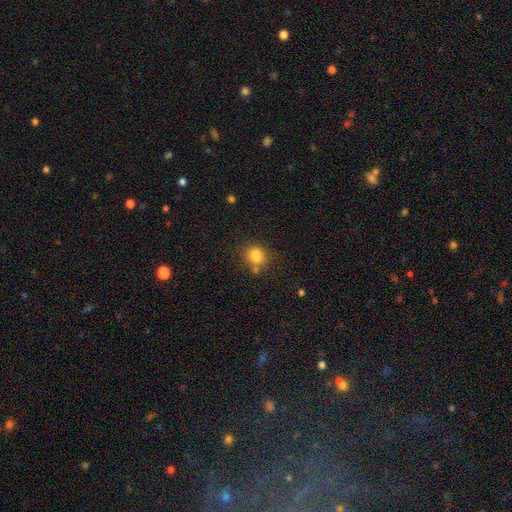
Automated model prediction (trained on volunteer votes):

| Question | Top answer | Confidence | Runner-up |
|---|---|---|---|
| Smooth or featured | smooth | 82% | star or artifact (11%) |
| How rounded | round | 59% | in between (40%) |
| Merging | none | 66% | minor disturbance (17%) |